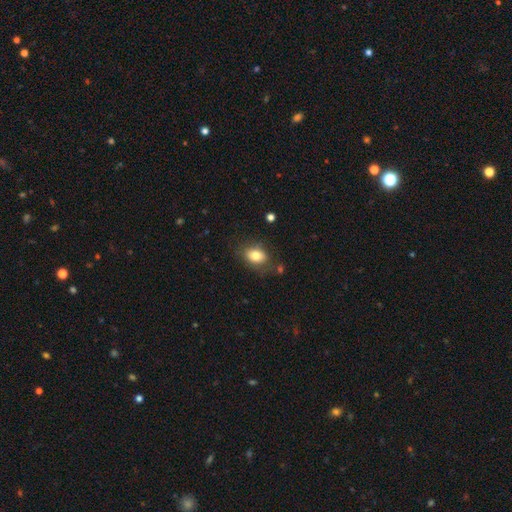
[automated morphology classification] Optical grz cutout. It shows a smooth galaxy with no disk features (80%) that is in between round and cigar-shaped (76%). Merging: none (73%).